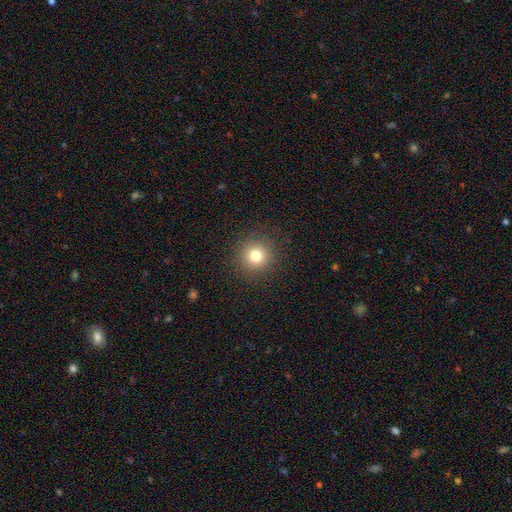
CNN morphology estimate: Overall: smooth (78%). How rounded: round (94%). Merging: none (91%).